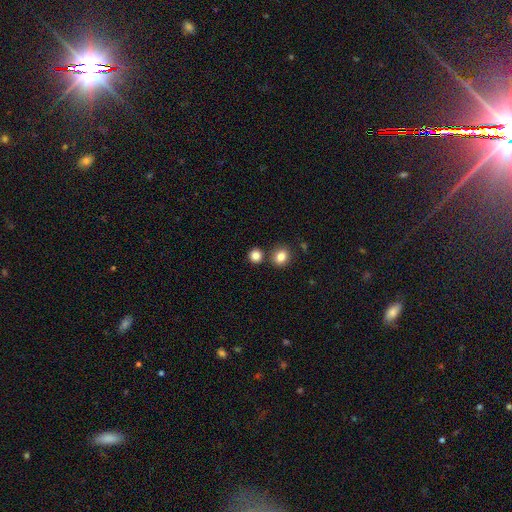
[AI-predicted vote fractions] smooth-or-featured: smooth: 83% | star or artifact: 12% | featured or disk: 5%
  how-rounded: round: 86% | in between: 13% | cigar-shaped: 1%
  merging: none: 74% | merger: 16% | minor disturbance: 8% | major disturbance: 2%